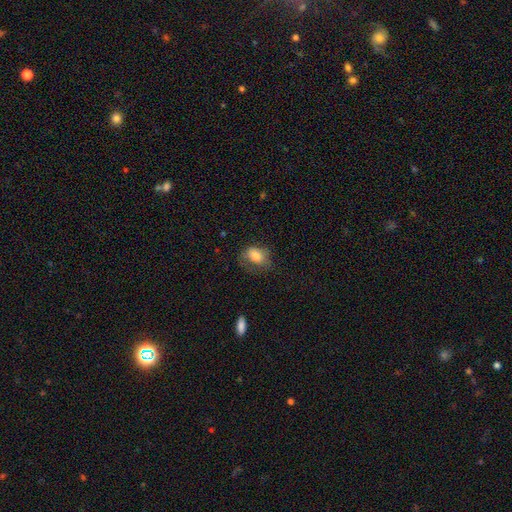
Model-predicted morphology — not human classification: A smooth galaxy with no disk features (78%) that is in between round and cigar-shaped (72%). Merging: none (48%).